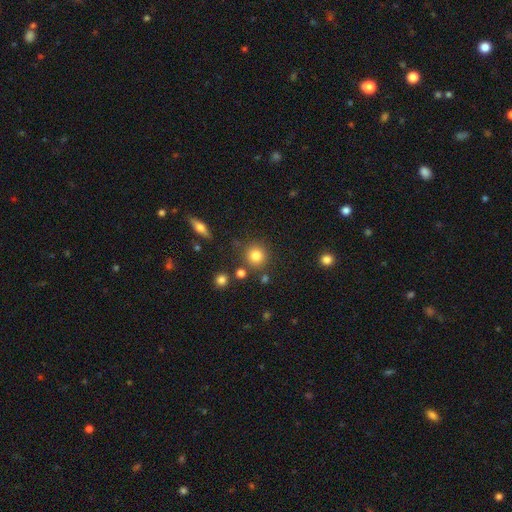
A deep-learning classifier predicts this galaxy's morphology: smooth 82%, star or artifact 11%, featured or disk 7%. Down the decision tree: how rounded — round (92%); merging — none (82%).